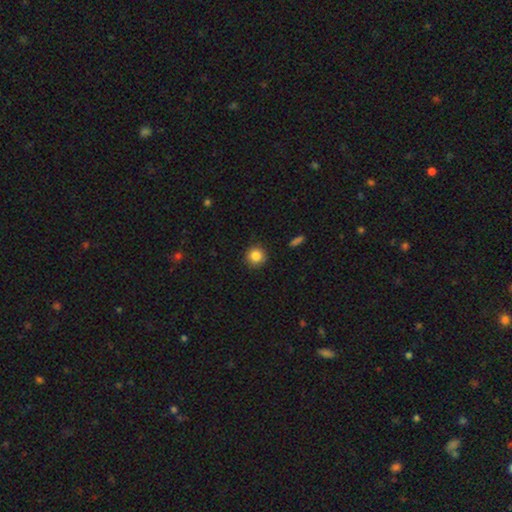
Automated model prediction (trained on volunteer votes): Morphology: type=smooth (85%); roundness=round (94%); merging=none (90%).